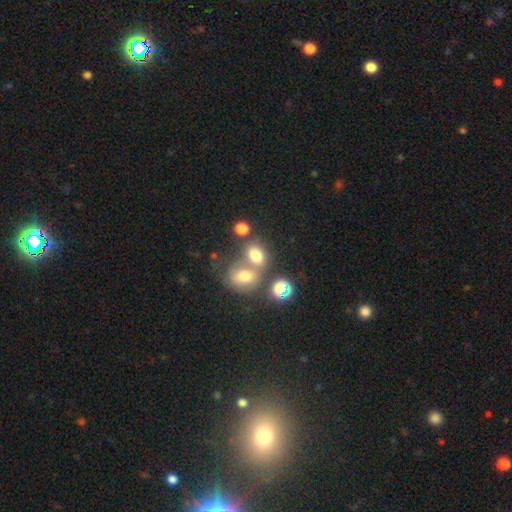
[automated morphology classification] A smooth galaxy with no disk features (70%) that is in between round and cigar-shaped (59%).

Vote fractions:
- Smooth or featured? smooth: 70% / star or artifact: 17% / featured or disk: 13%
- How rounded? in between: 59% / round: 40% / cigar-shaped: 1%
- Merging? merger: 45% / none: 39% / minor disturbance: 11% / major disturbance: 6%